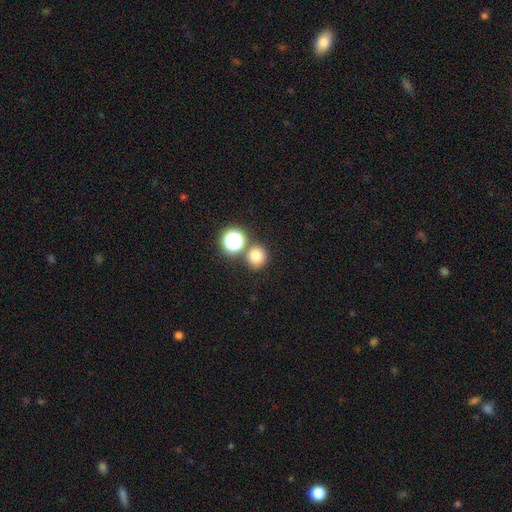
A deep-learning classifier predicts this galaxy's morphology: smooth_or_featured: smooth (p=0.76) [alt: star or artifact p=0.17]
how_rounded: round (p=0.89) [alt: in between p=0.10]
merging: none (p=0.73) [alt: merger p=0.16]